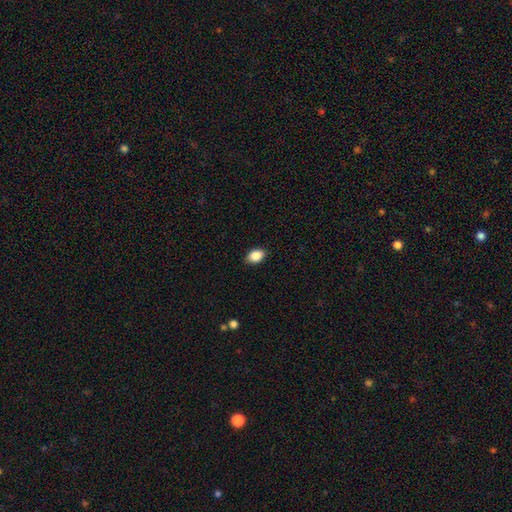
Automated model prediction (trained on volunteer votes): Smooth or featured? Predicted: smooth (p=0.87). How rounded? Predicted: in between (p=0.83). Merging? Predicted: none (p=0.87).